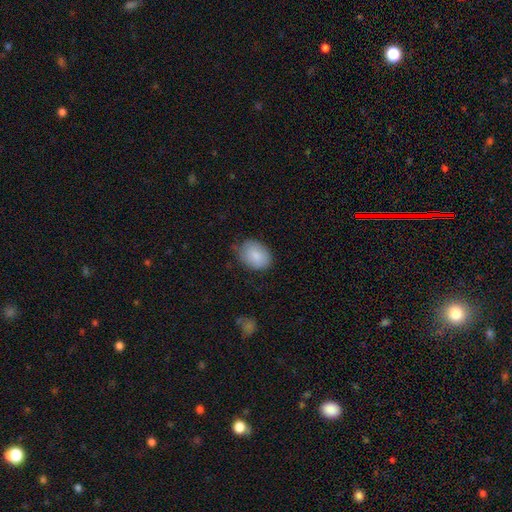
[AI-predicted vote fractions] Smooth or featured? smooth (84%)
How rounded? in between (67%)
Merging? none (67%)